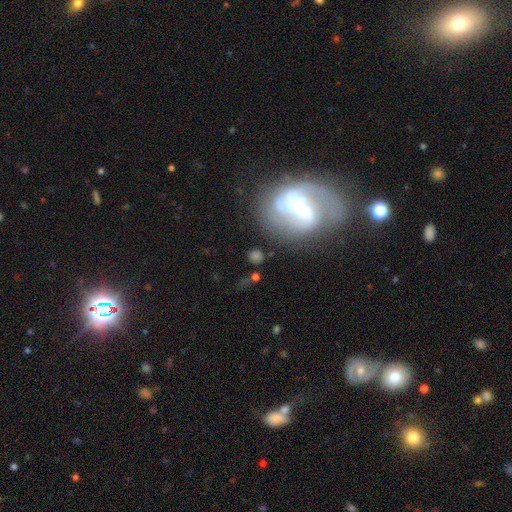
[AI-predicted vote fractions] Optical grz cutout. It shows a featured or disk galaxy (42%). Merging: none (58%).